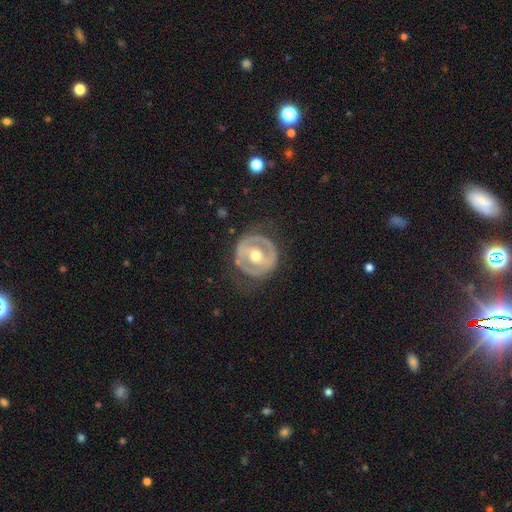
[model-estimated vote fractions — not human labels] Smooth or featured? featured or disk (70%)
Edge-on disk? no (95%)
Bar? no (36%)
Spiral arms? no (71%)
Bulge size? moderate (76%)
Merging? none (74%)